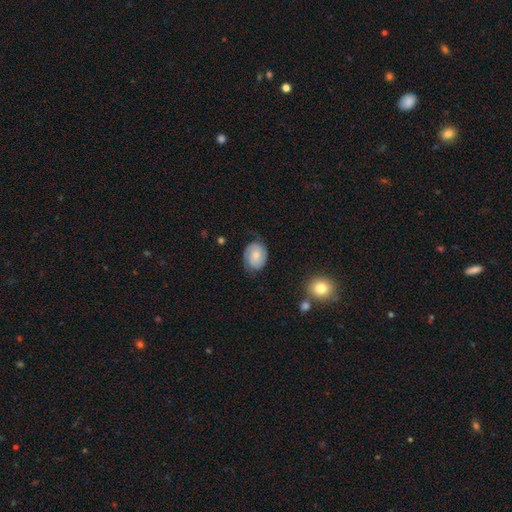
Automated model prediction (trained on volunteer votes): Q: Smooth or featured?
A: featured or disk (50%); runner-up: smooth (42%)
Q: Edge-on disk?
A: no (97%); runner-up: yes (3%)
Q: Merging?
A: none (68%); runner-up: minor disturbance (22%)